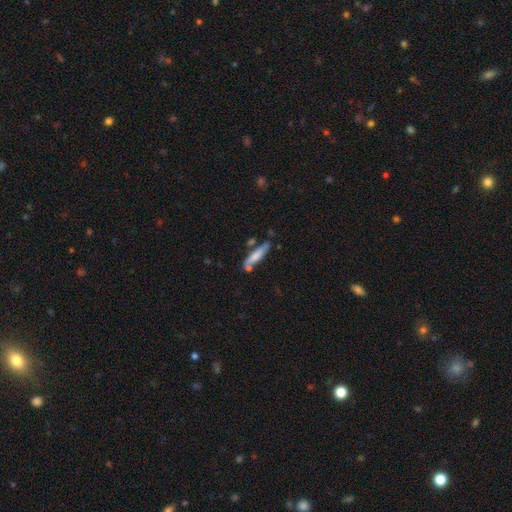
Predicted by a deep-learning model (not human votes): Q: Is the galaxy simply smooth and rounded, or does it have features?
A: smooth — 70%.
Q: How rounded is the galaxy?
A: cigar-shaped — 81%.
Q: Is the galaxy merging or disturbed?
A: none — 66%.